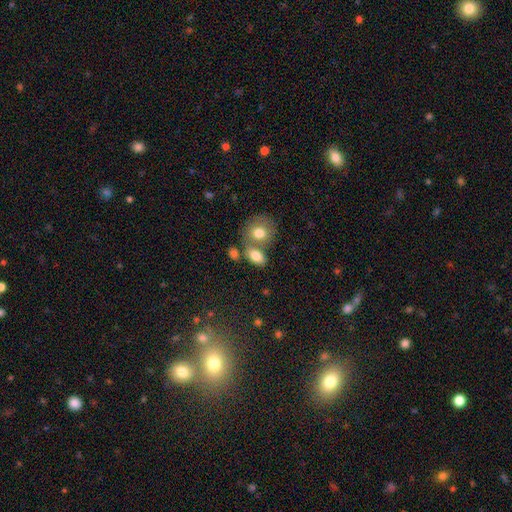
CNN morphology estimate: Smooth or featured: smooth — 79% (featured or disk — 13%)
How rounded: in between — 80% (round — 18%)
Merging: none — 48% (merger — 36%)